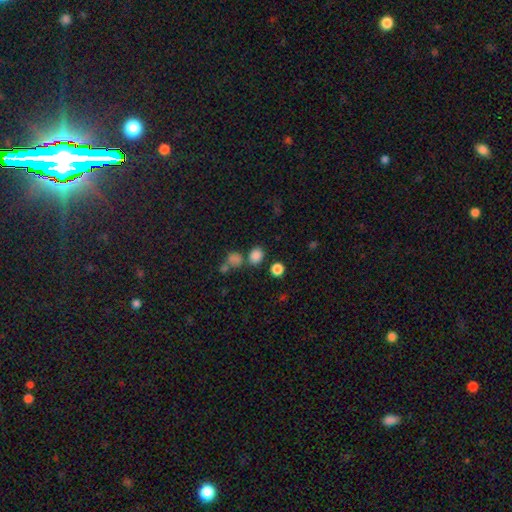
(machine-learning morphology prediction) smooth 80%, star or artifact 15%, featured or disk 5%. Down the decision tree: how rounded — round (66%); merging — none (69%).